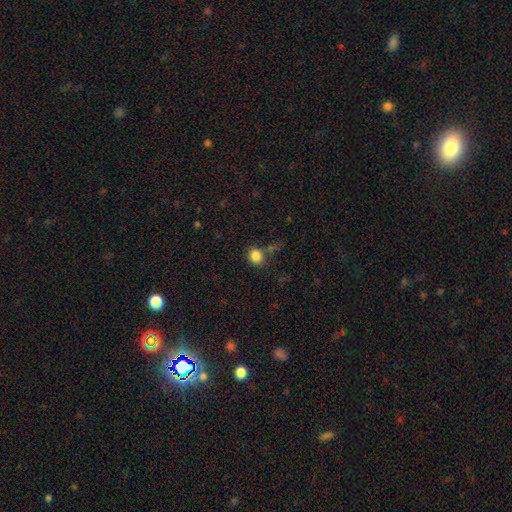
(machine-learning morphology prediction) type=smooth (84%); roundness=round (71%); merging=none (68%).